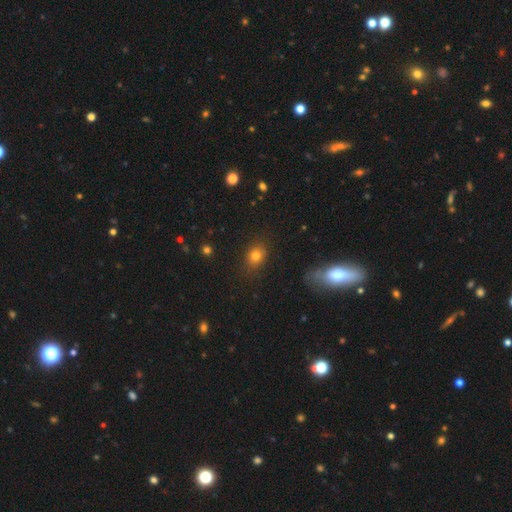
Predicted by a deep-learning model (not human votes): smooth 78%, star or artifact 14%, featured or disk 8%. Down the decision tree: how rounded — round (53%); merging — none (83%).